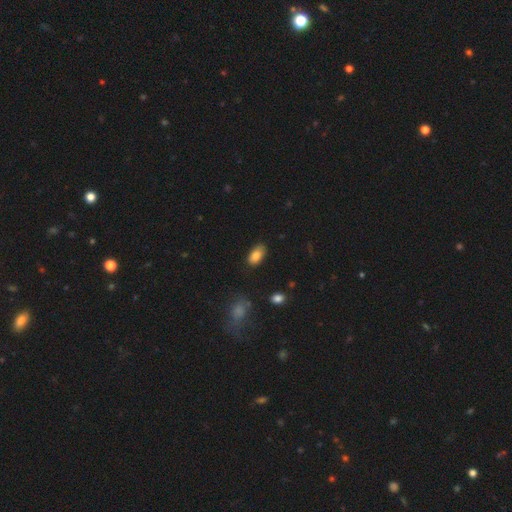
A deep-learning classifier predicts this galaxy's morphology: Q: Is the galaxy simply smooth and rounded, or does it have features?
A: smooth — 84%.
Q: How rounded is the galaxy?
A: in between — 92%.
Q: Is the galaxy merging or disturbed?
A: none — 81%.